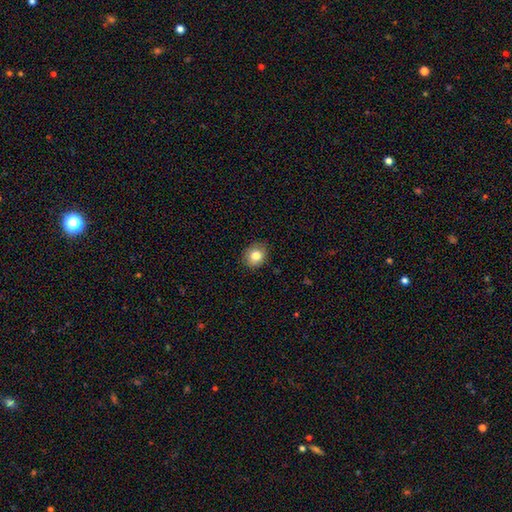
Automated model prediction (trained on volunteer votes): smooth-or-featured: smooth: 81% | star or artifact: 10% | featured or disk: 9%
  how-rounded: round: 71% | in between: 28% | cigar-shaped: 1%
  merging: none: 86% | minor disturbance: 10% | major disturbance: 2% | merger: 1%